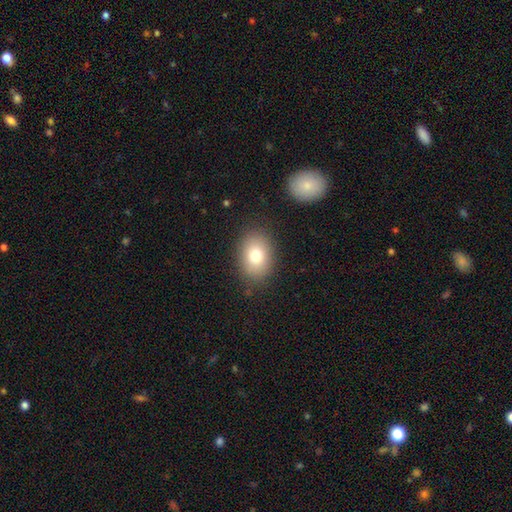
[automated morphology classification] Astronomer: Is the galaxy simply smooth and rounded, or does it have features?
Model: smooth — 77%.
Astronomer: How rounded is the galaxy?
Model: in between — 68%.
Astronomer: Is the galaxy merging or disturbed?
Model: none — 86%.